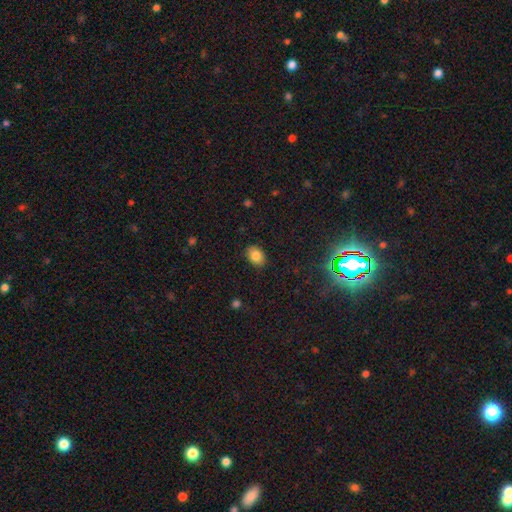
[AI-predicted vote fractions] smooth_or_featured: smooth (p=0.84) [alt: star or artifact p=0.10]
how_rounded: in between (p=0.77) [alt: round p=0.22]
merging: none (p=0.86) [alt: minor disturbance p=0.11]